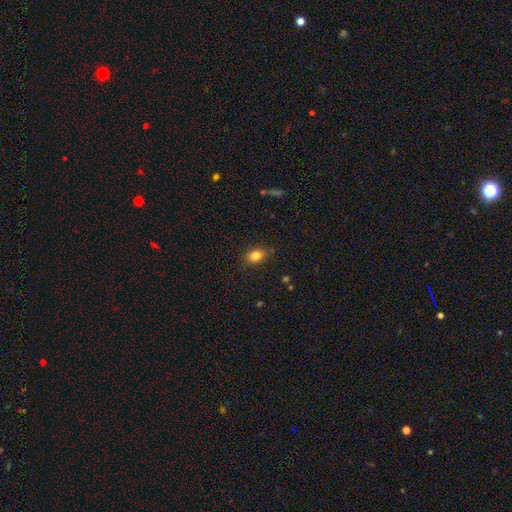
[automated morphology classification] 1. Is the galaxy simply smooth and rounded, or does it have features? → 82% smooth, 11% star or artifact, 7% featured or disk.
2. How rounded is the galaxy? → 67% in between, 31% round, 2% cigar-shaped.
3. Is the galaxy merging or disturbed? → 82% none, 14% minor disturbance, 3% major disturbance, 1% merger.